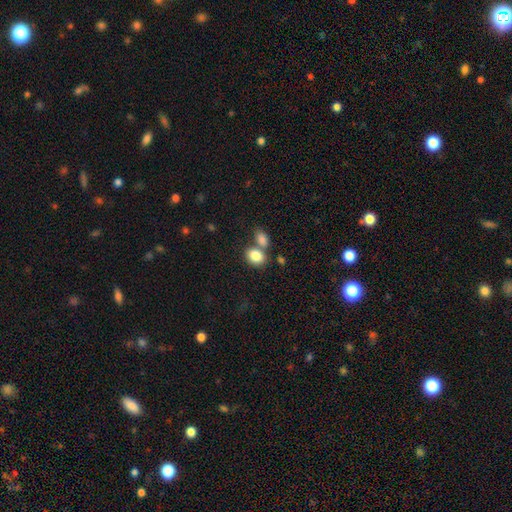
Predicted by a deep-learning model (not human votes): Smooth or featured?
  - smooth: 84% *
  - star or artifact: 8%
  - featured or disk: 8%
How rounded?
  - in between: 65% *
  - round: 34%
  - cigar-shaped: 1%
Merging?
  - none: 47% *
  - merger: 39%
  - minor disturbance: 10%
  - major disturbance: 4%